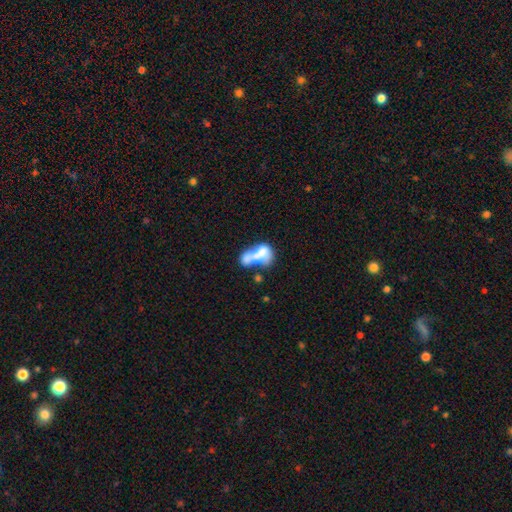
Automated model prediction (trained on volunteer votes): Smooth or featured?
  - smooth: 56% *
  - featured or disk: 35%
  - star or artifact: 9%
How rounded?
  - in between: 80% *
  - round: 13%
  - cigar-shaped: 7%
Merging?
  - merger: 67% *
  - major disturbance: 15%
  - none: 11%
  - minor disturbance: 8%